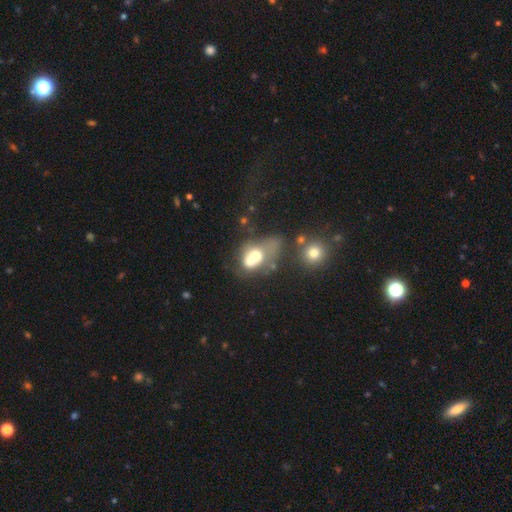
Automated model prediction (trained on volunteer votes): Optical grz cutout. It shows a smooth galaxy with no disk features (57%) that is round (51%). Merging: merger (65%).